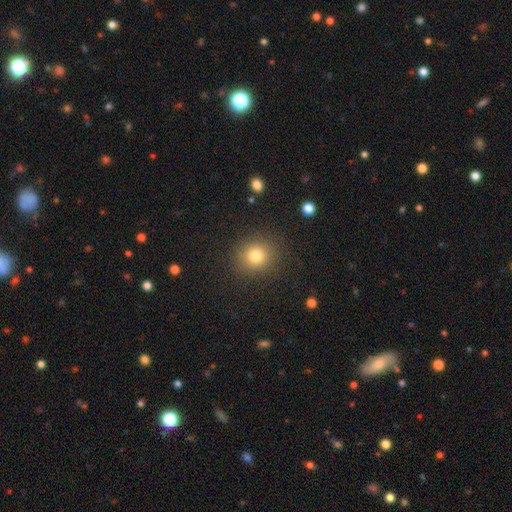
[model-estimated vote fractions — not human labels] A smooth galaxy with no disk features (79%) that is round (86%). Merging: none (88%).